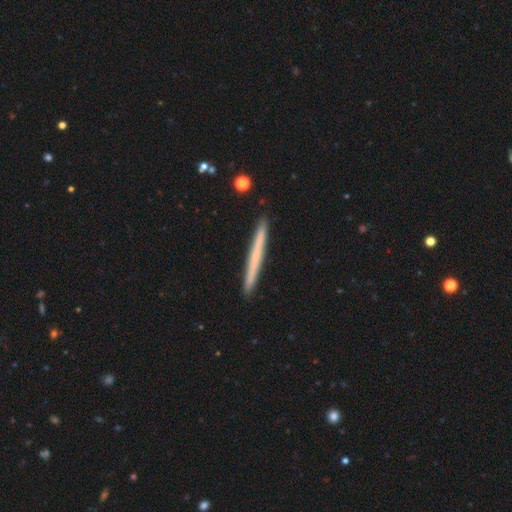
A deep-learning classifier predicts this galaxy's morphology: The model was most divided on "smooth or featured": smooth: 53%, featured or disk: 41%, star or artifact: 6%. More confident: how rounded — cigar-shaped (98%); merging — none (92%).